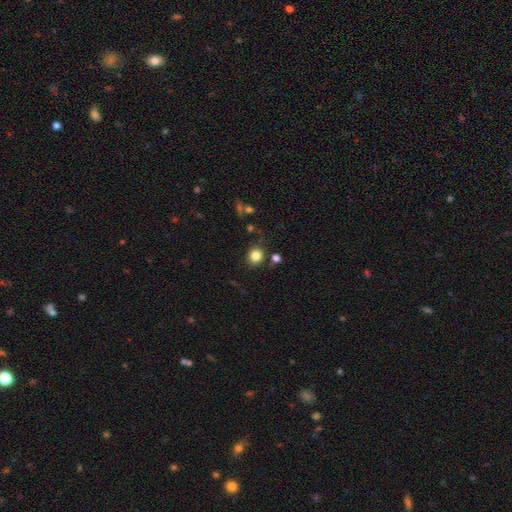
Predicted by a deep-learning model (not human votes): Smooth or featured? smooth (82%)
How rounded? round (78%)
Merging? none (79%)